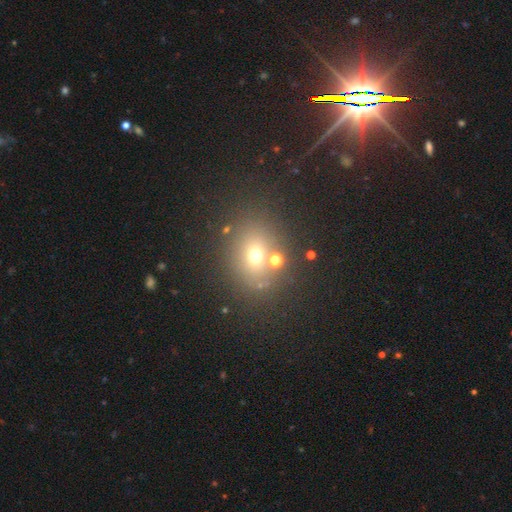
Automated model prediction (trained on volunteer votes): smooth_or_featured: smooth (p=0.61) [alt: star or artifact p=0.24]
how_rounded: round (p=0.63) [alt: in between p=0.36]
merging: none (p=0.71) [alt: merger p=0.14]